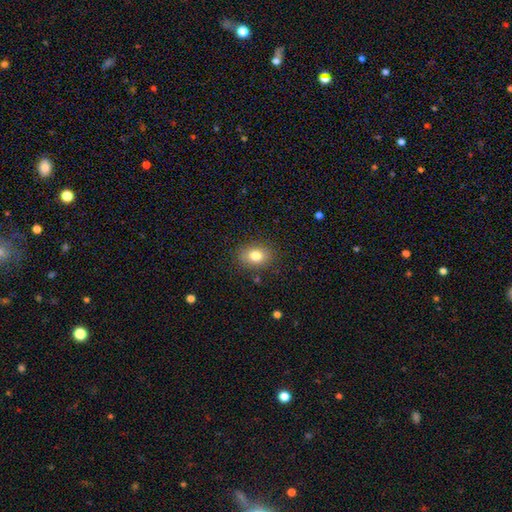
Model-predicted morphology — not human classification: This is likely a smooth galaxy (80%). How rounded: likely in between (64%). Merging: clearly none (85%).